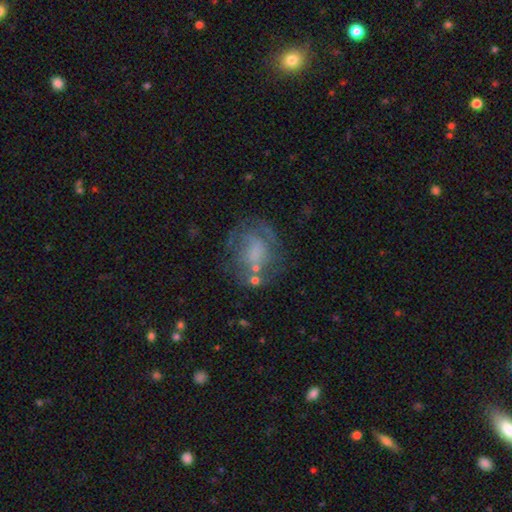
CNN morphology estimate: Smooth or featured? featured or disk (54%)
Edge-on disk? no (97%)
Bar? no (73%)
Spiral arms? yes (56%)
Bulge size? none (38%)
Merging? none (59%)